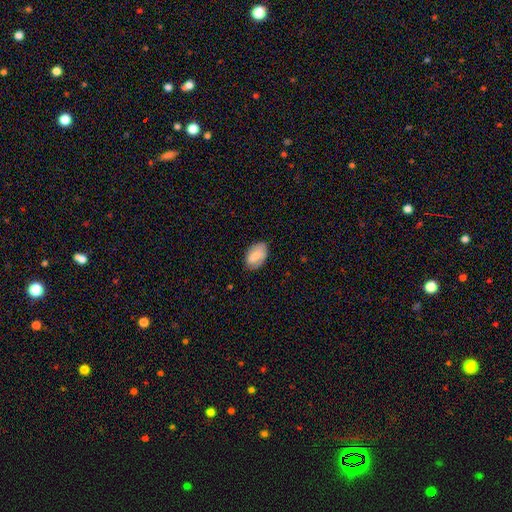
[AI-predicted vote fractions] Smooth or featured? smooth (73%)
How rounded? in between (92%)
Merging? none (76%)